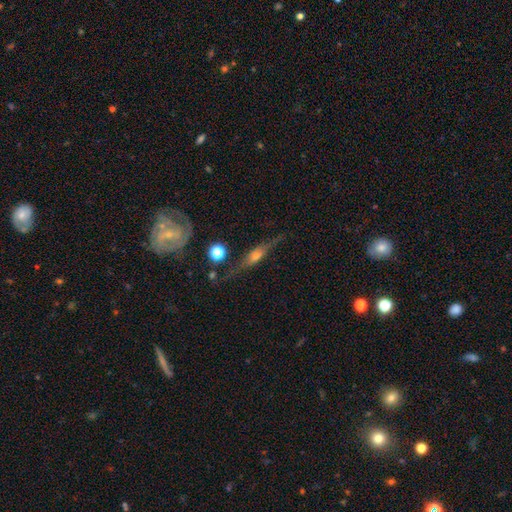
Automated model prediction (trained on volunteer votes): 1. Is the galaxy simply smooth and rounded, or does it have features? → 75% featured or disk, 17% smooth, 8% star or artifact.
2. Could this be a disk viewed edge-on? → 85% yes, 15% no.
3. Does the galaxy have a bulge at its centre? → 82% rounded, 11% boxy, 7% none.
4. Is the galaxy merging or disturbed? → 72% none, 16% minor disturbance, 8% major disturbance, 4% merger.